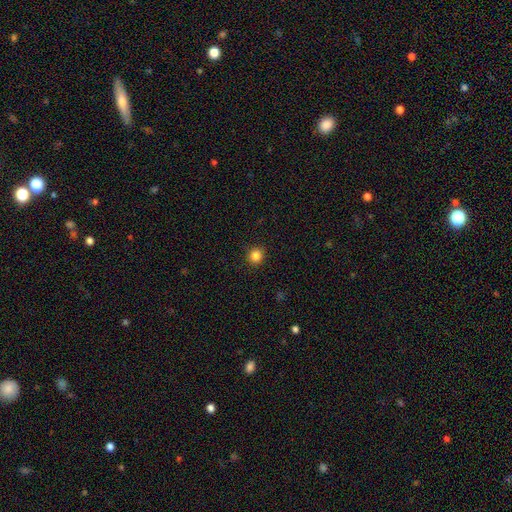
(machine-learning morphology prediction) smooth-or-featured: smooth: 84% | star or artifact: 12% | featured or disk: 4%
  how-rounded: round: 92% | in between: 7% | cigar-shaped: 1%
  merging: none: 92% | minor disturbance: 5% | major disturbance: 2% | merger: 1%